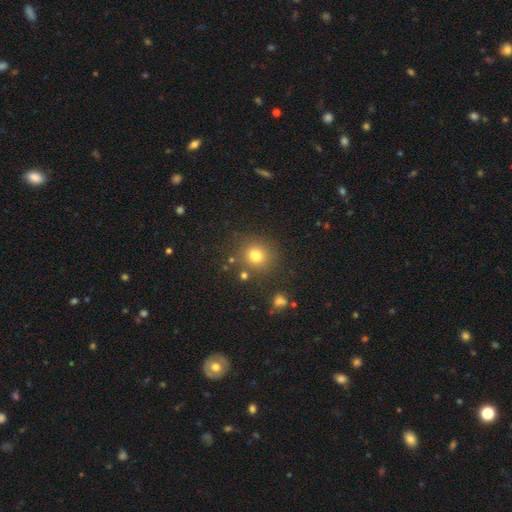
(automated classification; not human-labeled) Smooth or featured? Predicted: smooth (p=0.77). How rounded? Predicted: round (p=0.86). Merging? Predicted: none (p=0.82).